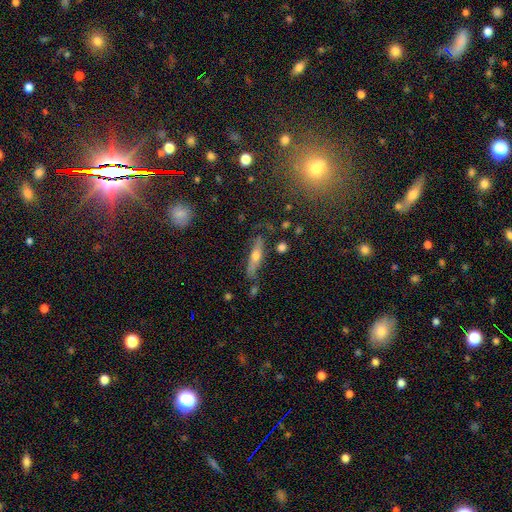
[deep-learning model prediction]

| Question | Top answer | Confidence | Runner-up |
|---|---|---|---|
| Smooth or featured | featured or disk | 49% | smooth (43%) |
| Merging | none | 66% | minor disturbance (22%) |